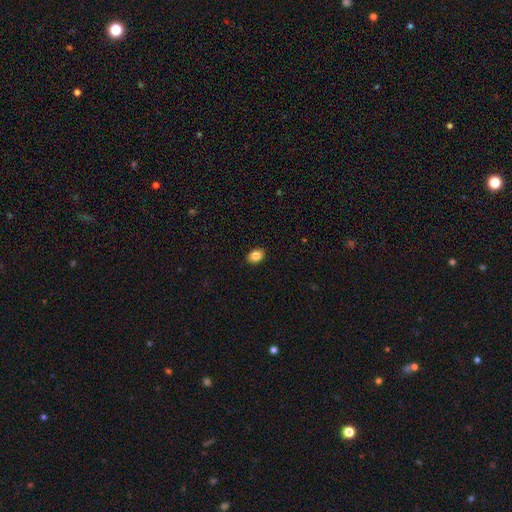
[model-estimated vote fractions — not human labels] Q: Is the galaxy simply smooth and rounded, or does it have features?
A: smooth — 86%.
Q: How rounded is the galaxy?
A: in between — 73%.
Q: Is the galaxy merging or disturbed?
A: none — 90%.